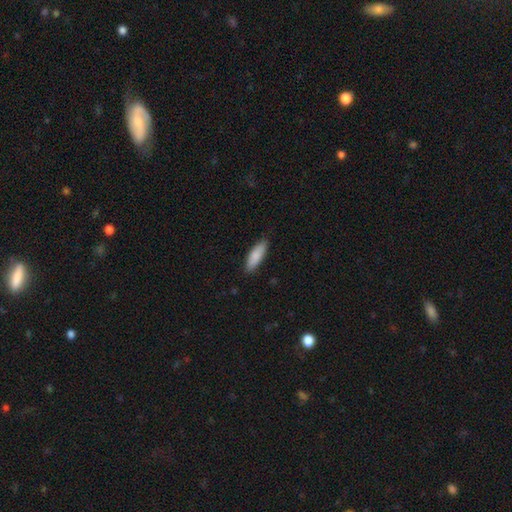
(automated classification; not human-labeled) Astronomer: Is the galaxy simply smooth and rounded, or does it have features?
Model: smooth — 87%.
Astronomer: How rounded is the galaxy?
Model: in between — 50% (runner-up: cigar-shaped, 49%).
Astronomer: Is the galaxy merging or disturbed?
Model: none — 87%.